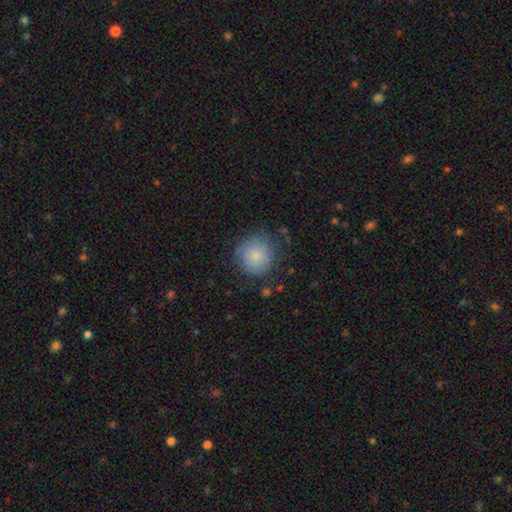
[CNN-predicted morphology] Q: Smooth or featured?
A: smooth (82%); runner-up: featured or disk (11%)
Q: How rounded?
A: round (92%); runner-up: in between (7%)
Q: Merging?
A: none (76%); runner-up: minor disturbance (17%)